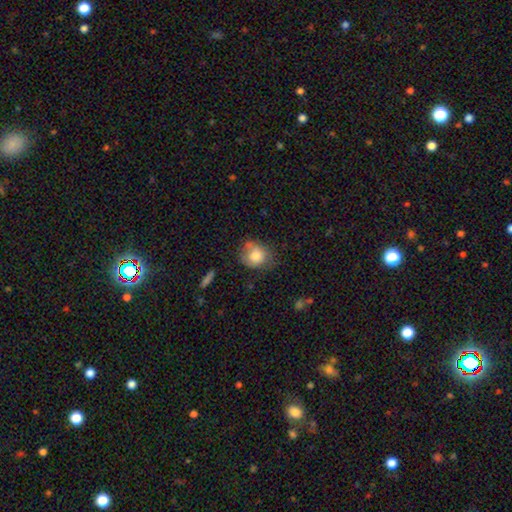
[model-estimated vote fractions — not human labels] This appears to be a smooth galaxy with no disk features (77%) that is round (66%). Merging: none (50%).